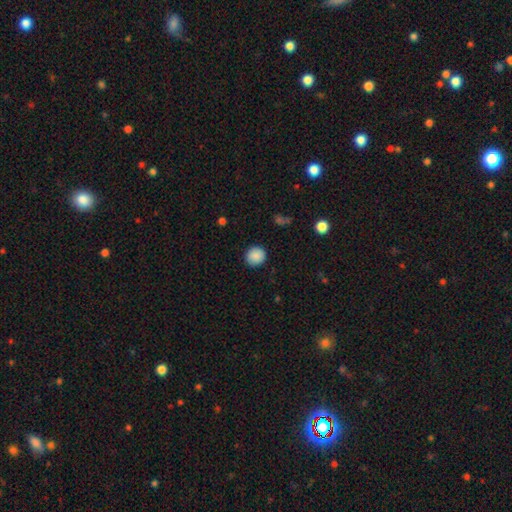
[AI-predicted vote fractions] Smooth or featured?
  - smooth: 88% *
  - star or artifact: 8%
  - featured or disk: 3%
How rounded?
  - round: 90% *
  - in between: 9%
  - cigar-shaped: 1%
Merging?
  - none: 90% *
  - minor disturbance: 7%
  - major disturbance: 2%
  - merger: 1%